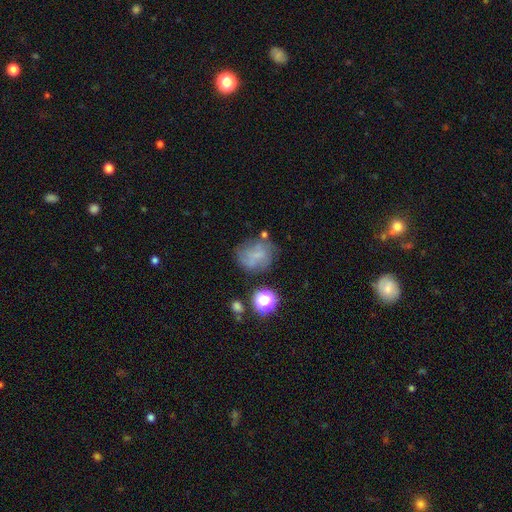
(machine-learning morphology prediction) Smooth or featured? smooth (50%)
Merging? none (54%)